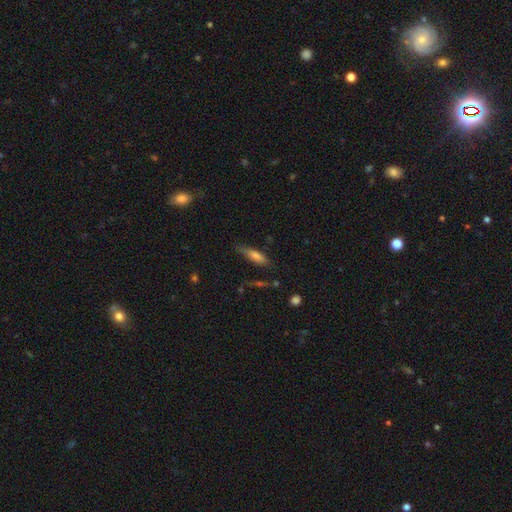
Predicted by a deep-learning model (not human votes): Smooth or featured? Predicted: smooth (p=0.65). How rounded? Predicted: cigar-shaped (p=0.69). Merging? Predicted: none (p=0.74).